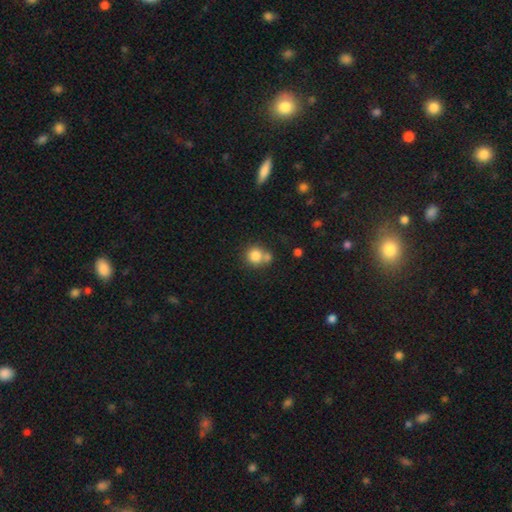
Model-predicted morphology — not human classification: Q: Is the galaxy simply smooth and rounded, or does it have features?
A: smooth — 82%.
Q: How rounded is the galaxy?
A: round — 89%.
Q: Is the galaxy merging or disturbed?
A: none — 53%.